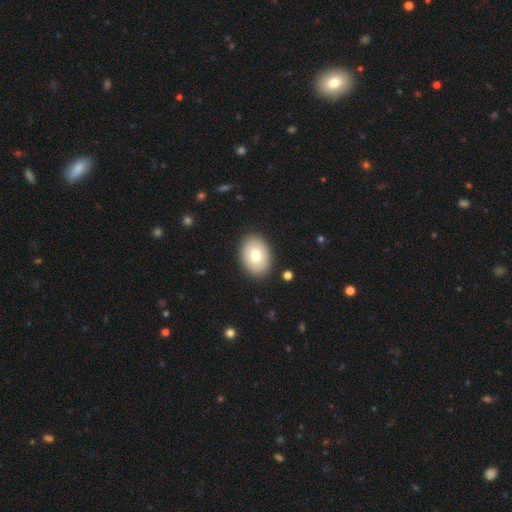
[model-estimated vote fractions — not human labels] Smooth or featured? smooth (75%)
How rounded? in between (80%)
Merging? none (89%)